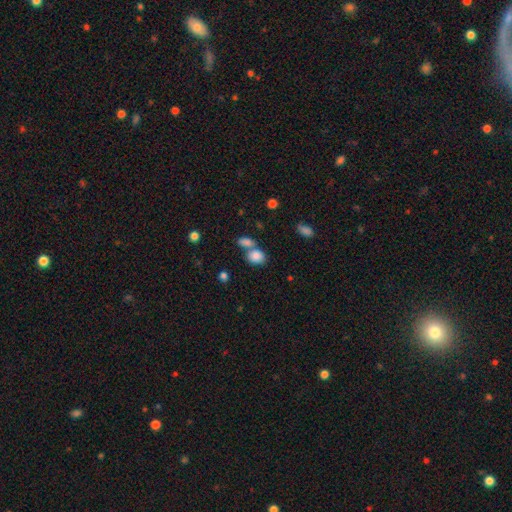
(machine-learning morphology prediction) Smooth or featured? smooth (85%)
How rounded? in between (64%)
Merging? none (44%)